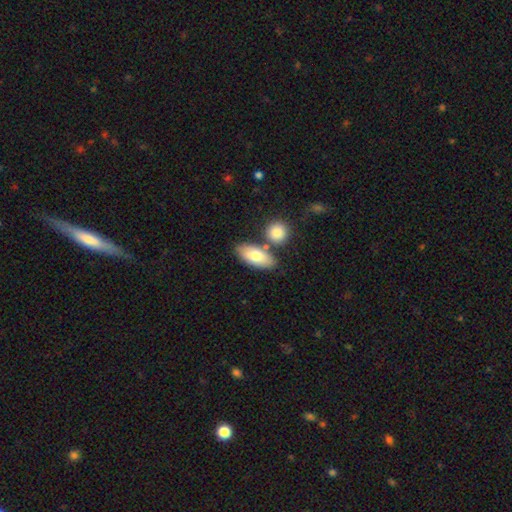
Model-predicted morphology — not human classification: type=smooth (76%); roundness=in between (86%); merging=none (70%).